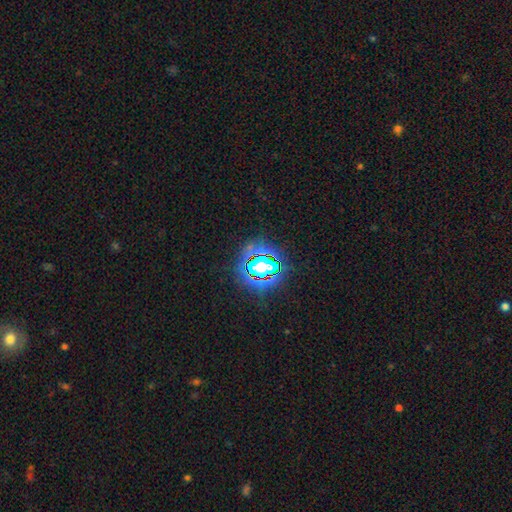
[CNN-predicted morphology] This is likely a star or artifact rather than a galaxy (79%).